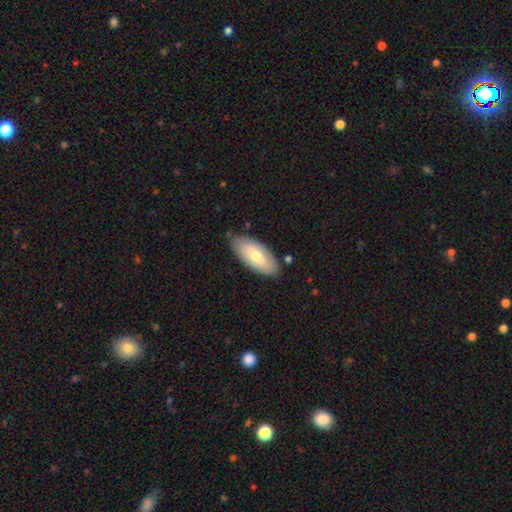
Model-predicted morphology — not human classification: This is likely a smooth galaxy (63%). How rounded: clearly in between (87%). Merging: clearly none (82%).